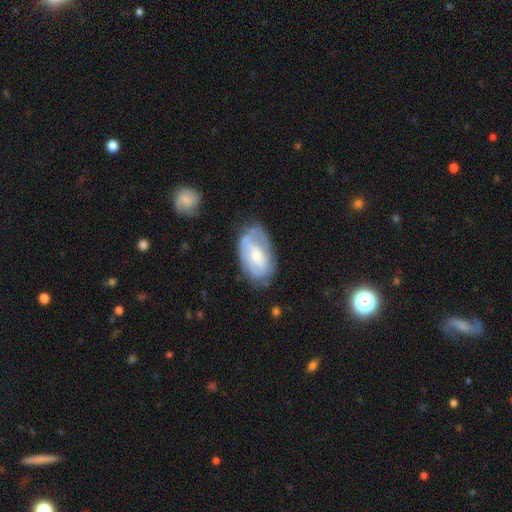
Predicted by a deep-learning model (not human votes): Smooth or featured? Predicted: featured or disk (p=0.61). Edge-on disk? Predicted: no (p=0.95). Bar? Predicted: no (p=0.56). Spiral arms? Predicted: yes (p=0.66). Bulge size? Predicted: moderate (p=0.54). Merging? Predicted: none (p=0.58).